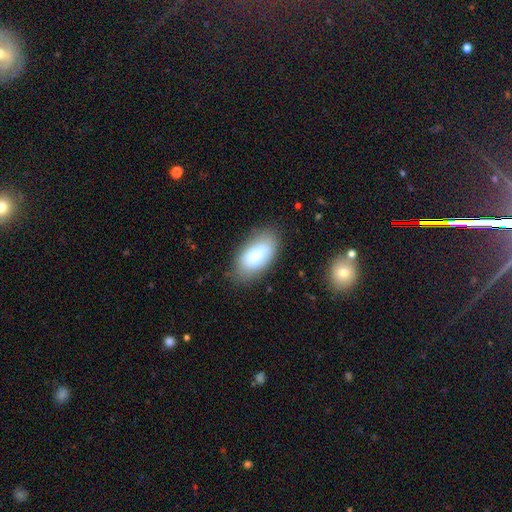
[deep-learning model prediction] Smooth or featured?
  - smooth: 77% *
  - featured or disk: 16%
  - star or artifact: 7%
How rounded?
  - in between: 93% *
  - cigar-shaped: 4%
  - round: 3%
Merging?
  - none: 73% *
  - minor disturbance: 18%
  - major disturbance: 5%
  - merger: 4%